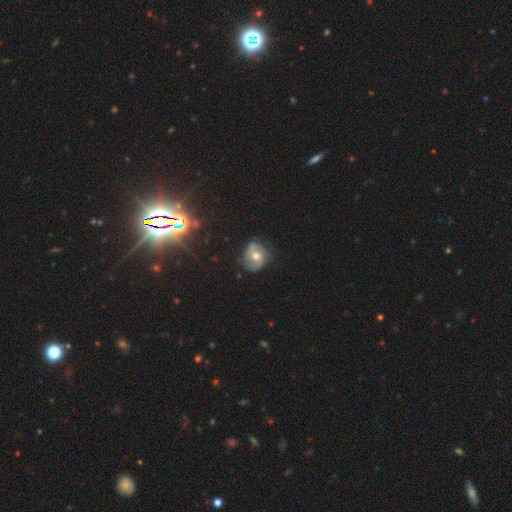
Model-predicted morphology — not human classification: A featured or disk galaxy (62%) with no bar (60%), spiral arms (83%) and a moderate central bulge (74%).

Vote fractions:
- Smooth or featured? featured or disk: 62% / smooth: 28% / star or artifact: 10%
- Edge-on disk? no: 97% / yes: 3%
- Bar? no: 60% / weak: 32% / strong: 8%
- Spiral arms? yes: 83% / no: 17%
- Bulge size? moderate: 74% / small: 13% / large: 10% / none: 2% / dominant: 1%
- Merging? none: 61% / minor disturbance: 27% / major disturbance: 10% / merger: 3%